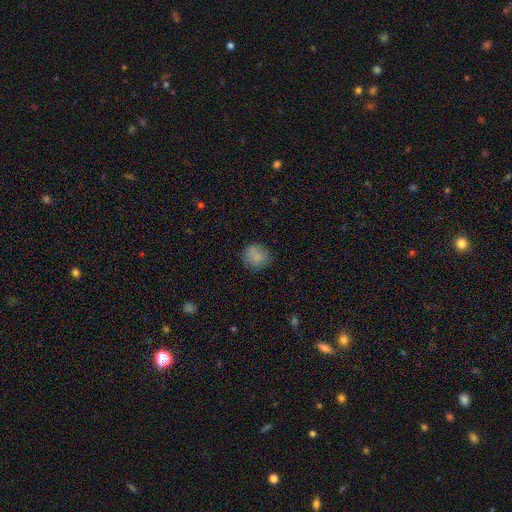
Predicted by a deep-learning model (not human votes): smooth-or-featured: smooth: 82% | star or artifact: 10% | featured or disk: 8%
  how-rounded: round: 84% | in between: 15% | cigar-shaped: 1%
  merging: none: 77% | minor disturbance: 16% | major disturbance: 5% | merger: 2%